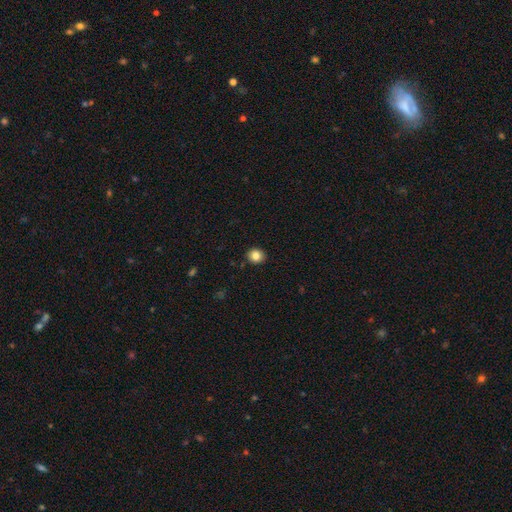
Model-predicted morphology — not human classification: This appears to be a smooth galaxy with no disk features (83%) that is round (73%). Merging: none (91%).